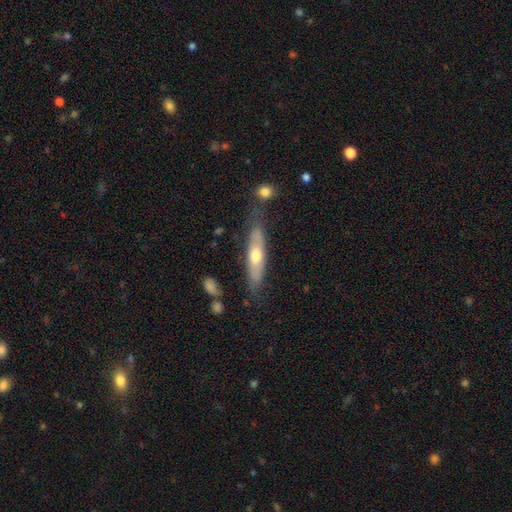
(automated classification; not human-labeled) Smooth or featured: featured or disk — 49% (smooth — 46%)
Merging: none — 70% (minor disturbance — 20%)